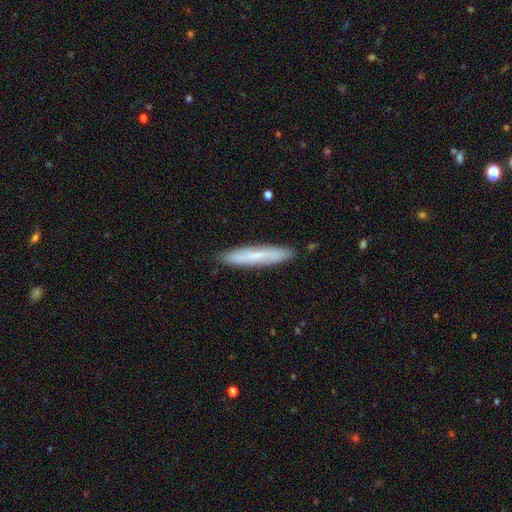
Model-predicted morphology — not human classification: This appears to be a smooth galaxy with no disk features (57%) that is cigar-shaped (92%). Merging: none (88%).